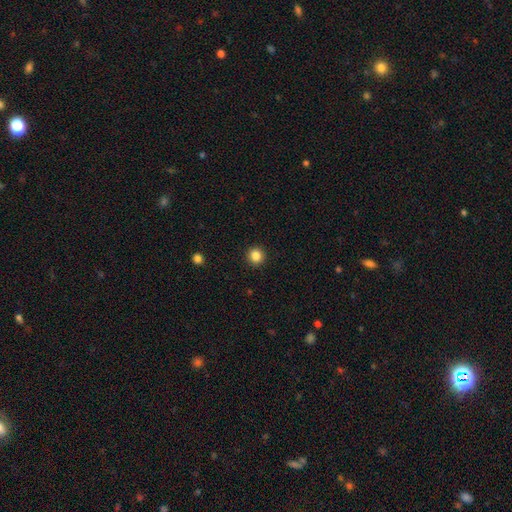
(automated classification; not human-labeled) Smooth or featured?
  - smooth: 86% *
  - star or artifact: 11%
  - featured or disk: 4%
How rounded?
  - round: 93% *
  - in between: 6%
  - cigar-shaped: 1%
Merging?
  - none: 93% *
  - minor disturbance: 5%
  - major disturbance: 2%
  - merger: 1%